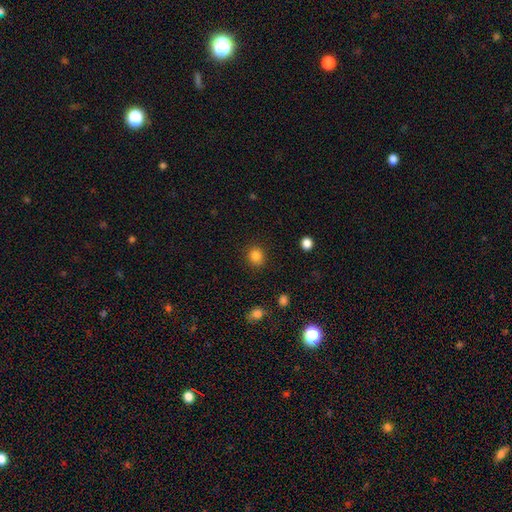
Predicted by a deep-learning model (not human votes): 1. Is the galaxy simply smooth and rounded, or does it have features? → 85% smooth, 11% star or artifact, 4% featured or disk.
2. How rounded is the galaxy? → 86% round, 13% in between, 1% cigar-shaped.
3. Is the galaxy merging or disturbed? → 89% none, 7% minor disturbance, 2% major disturbance, 1% merger.